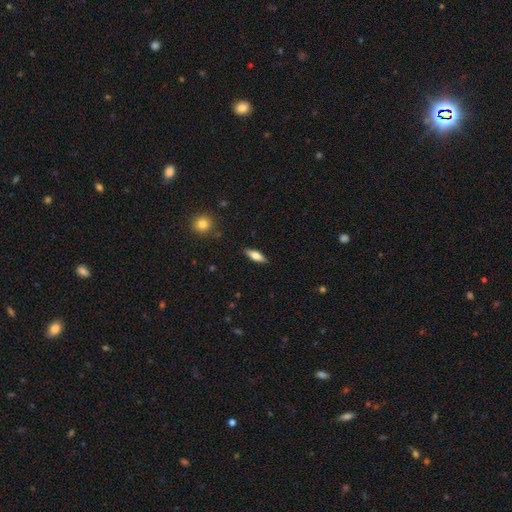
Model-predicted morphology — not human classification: Overall: smooth (67%). How rounded: in between (60%; cigar-shaped 37%). Merging: none (87%).